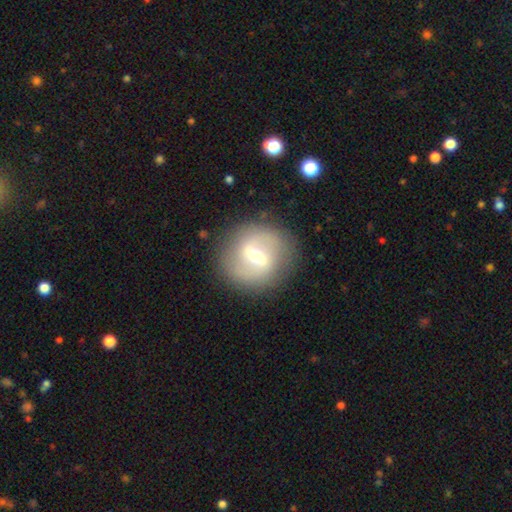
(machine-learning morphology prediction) Smooth or featured?
  - featured or disk: 65% *
  - smooth: 28%
  - star or artifact: 8%
Edge-on disk?
  - no: 93% *
  - yes: 7%
Bar?
  - weak: 47% *
  - strong: 40%
  - no: 12%
Spiral arms?
  - yes: 60% *
  - no: 40%
Bulge size?
  - moderate: 61% *
  - small: 31%
  - large: 5%
  - dominant: 1%
  - none: 1%
Merging?
  - none: 85% *
  - minor disturbance: 9%
  - major disturbance: 4%
  - merger: 2%